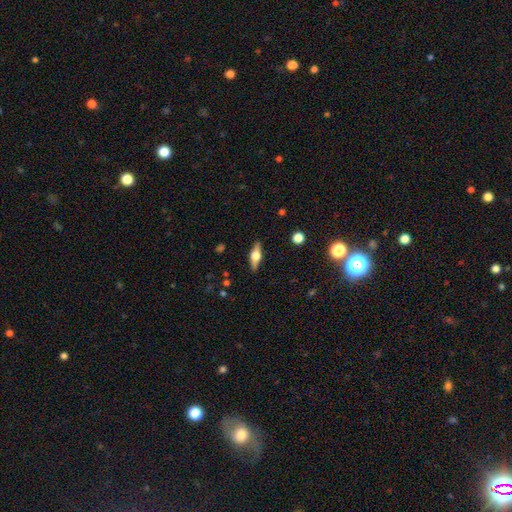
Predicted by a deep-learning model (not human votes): Morphology: type=featured or disk (59%); edge-on=yes (94%); edge-on bulge=rounded (93%); merging=none (88%).